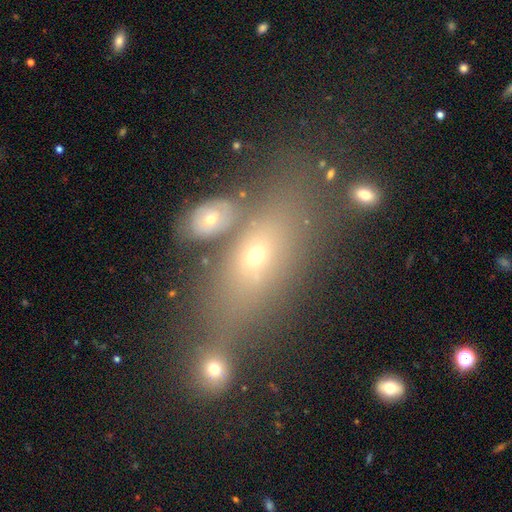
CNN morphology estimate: Smooth or featured: smooth — 59% (featured or disk — 25%)
How rounded: in between — 71% (cigar-shaped — 15%)
Merging: none — 46% (merger — 28%)